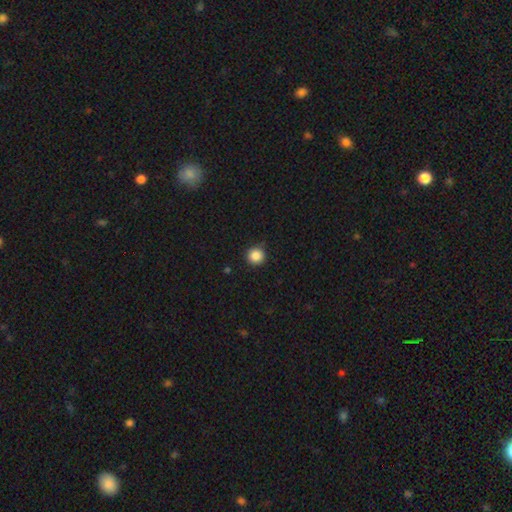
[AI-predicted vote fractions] Smooth or featured? Predicted: smooth (p=0.87). How rounded? Predicted: round (p=0.95). Merging? Predicted: none (p=0.89).